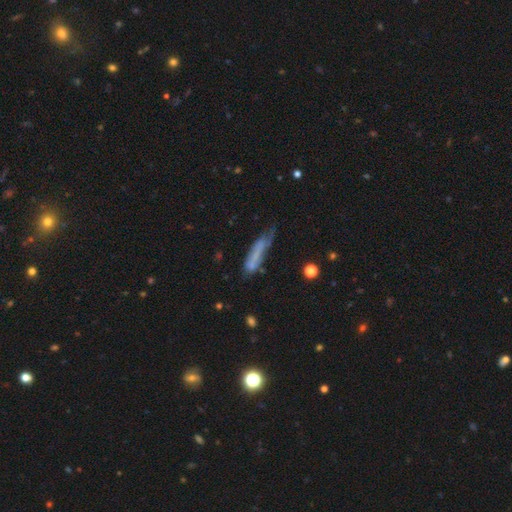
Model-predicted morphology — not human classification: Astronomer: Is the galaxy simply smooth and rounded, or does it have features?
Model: smooth — 57%.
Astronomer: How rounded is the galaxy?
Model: cigar-shaped — 82%.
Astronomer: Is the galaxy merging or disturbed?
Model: none — 41% (runner-up: minor disturbance, 32%).